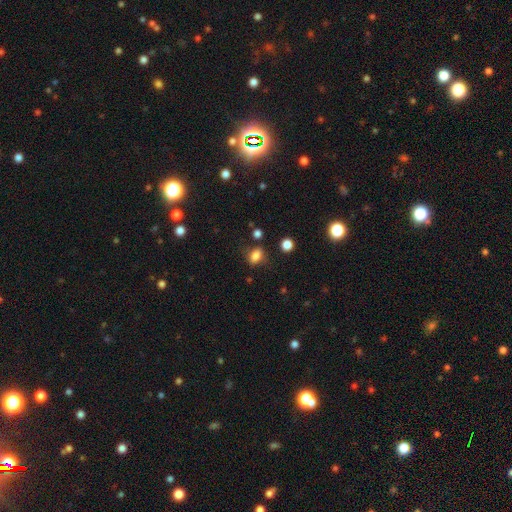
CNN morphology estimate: The model was most divided on "how rounded": in between: 74%, round: 23%, cigar-shaped: 3%. More confident: smooth or featured — smooth (80%); merging — none (73%).